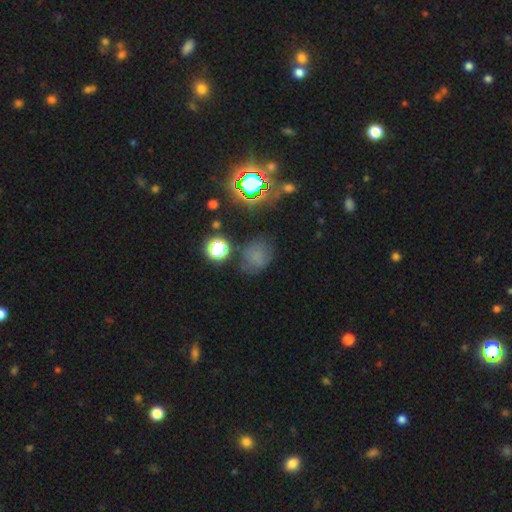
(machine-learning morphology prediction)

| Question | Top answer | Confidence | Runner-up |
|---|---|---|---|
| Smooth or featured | smooth | 63% | star or artifact (24%) |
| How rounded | round | 67% | in between (32%) |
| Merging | none | 66% | minor disturbance (20%) |